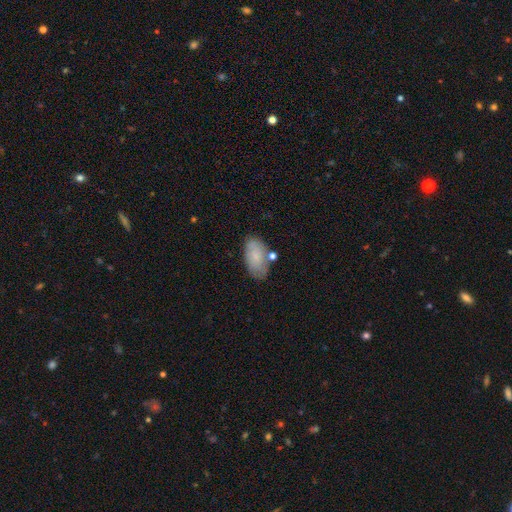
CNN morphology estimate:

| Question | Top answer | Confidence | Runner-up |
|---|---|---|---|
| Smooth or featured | smooth | 69% | featured or disk (24%) |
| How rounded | in between | 94% | round (4%) |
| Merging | none | 64% | minor disturbance (21%) |